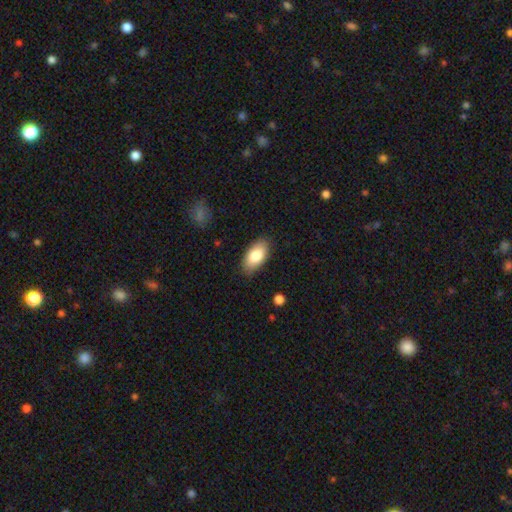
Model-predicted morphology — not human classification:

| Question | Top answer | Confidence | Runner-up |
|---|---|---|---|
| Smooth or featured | smooth | 83% | featured or disk (11%) |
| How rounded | in between | 94% | cigar-shaped (4%) |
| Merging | none | 85% | minor disturbance (11%) |